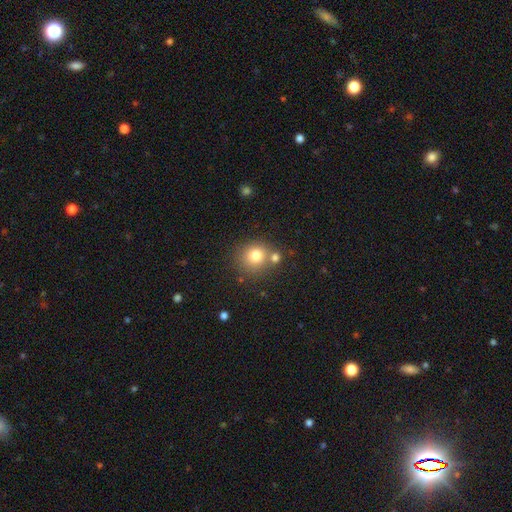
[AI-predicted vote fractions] Smooth or featured?
  - smooth: 79% *
  - star or artifact: 12%
  - featured or disk: 10%
How rounded?
  - round: 87% *
  - in between: 13%
  - cigar-shaped: 1%
Merging?
  - none: 66% *
  - merger: 20%
  - minor disturbance: 10%
  - major disturbance: 4%